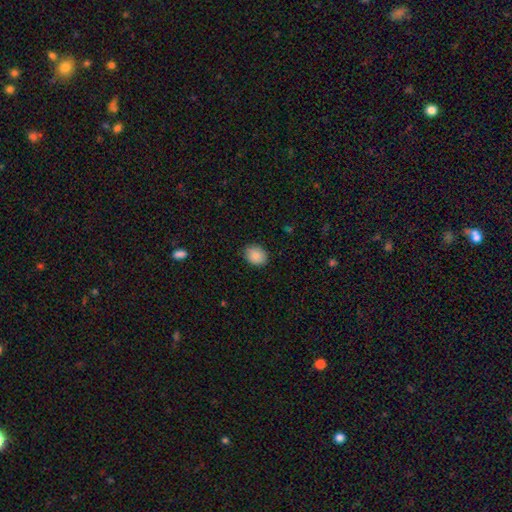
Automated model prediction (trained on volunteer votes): This appears to be a smooth galaxy with no disk features (87%) that is in between round and cigar-shaped (51%). Merging: none (84%).